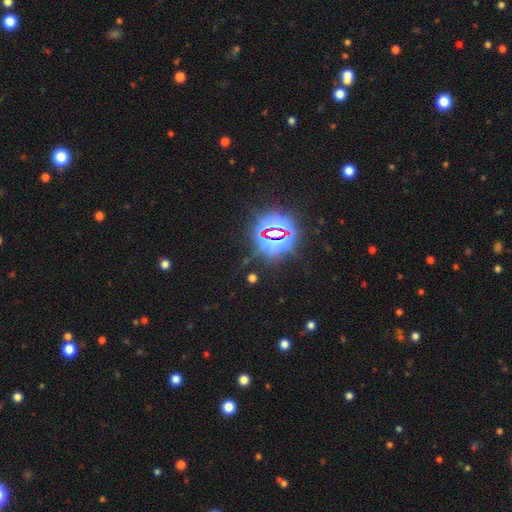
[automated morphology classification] A star or artifact, not a galaxy (82%).

Vote fractions:
- Smooth or featured? star or artifact: 82% / smooth: 11% / featured or disk: 7%